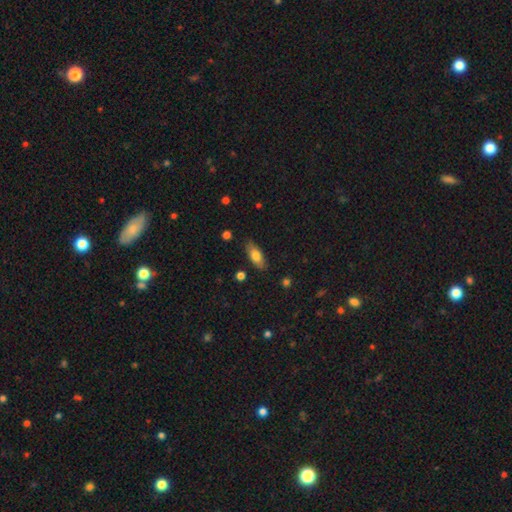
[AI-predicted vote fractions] Q: Smooth or featured?
A: smooth (75%); runner-up: featured or disk (18%)
Q: How rounded?
A: in between (76%); runner-up: cigar-shaped (21%)
Q: Merging?
A: none (83%); runner-up: minor disturbance (13%)